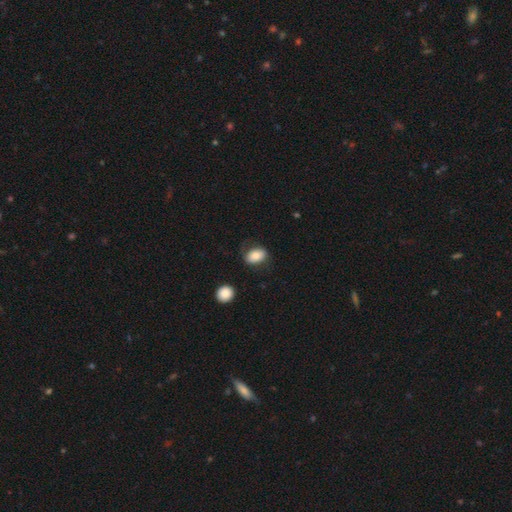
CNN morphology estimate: type=smooth (78%); roundness=in between (83%); merging=none (66%).